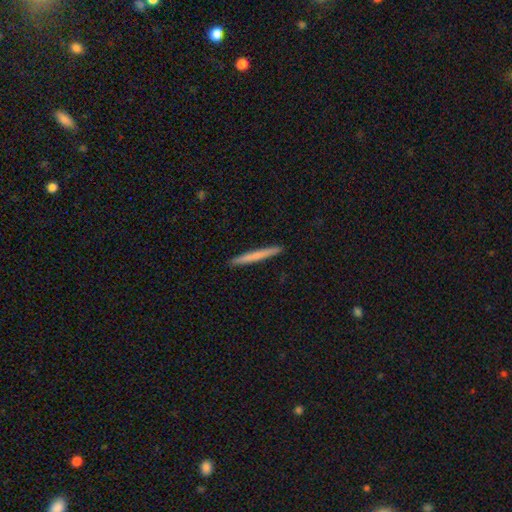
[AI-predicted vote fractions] smooth-or-featured: smooth: 66% | featured or disk: 29% | star or artifact: 5%
  how-rounded: cigar-shaped: 97% | in between: 2% | round: 1%
  merging: none: 93% | minor disturbance: 5% | major disturbance: 1% | merger: 1%